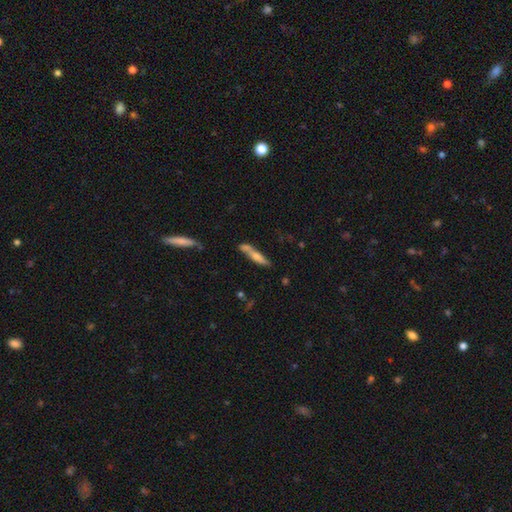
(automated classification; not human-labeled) Smooth or featured?
  - smooth: 59% *
  - featured or disk: 34%
  - star or artifact: 7%
How rounded?
  - cigar-shaped: 84% *
  - in between: 14%
  - round: 2%
Merging?
  - none: 52% *
  - merger: 22%
  - minor disturbance: 19%
  - major disturbance: 7%